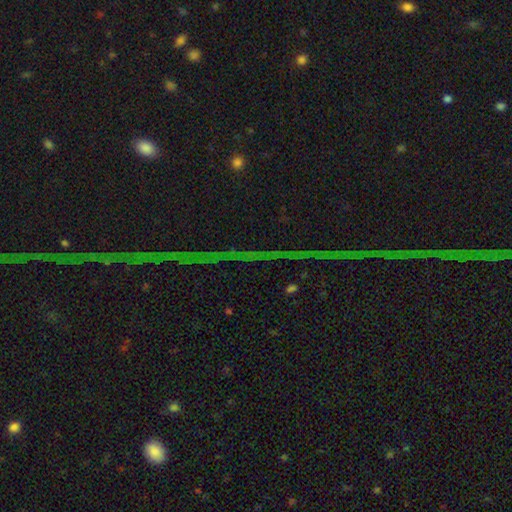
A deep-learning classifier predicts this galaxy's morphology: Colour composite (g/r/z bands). It shows a star or artifact, not a galaxy (82%).